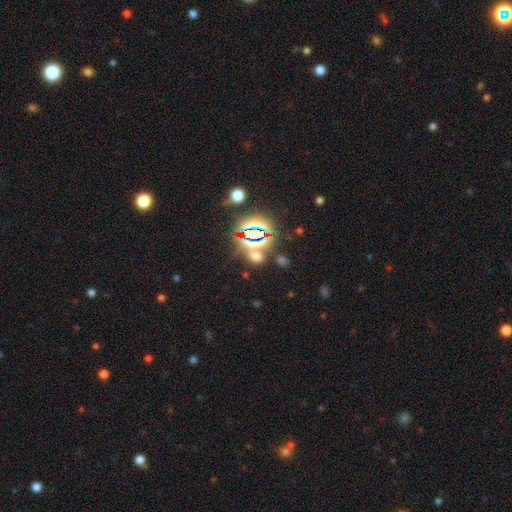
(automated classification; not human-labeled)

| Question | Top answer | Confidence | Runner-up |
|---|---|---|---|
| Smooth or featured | star or artifact | 58% | smooth (34%) |